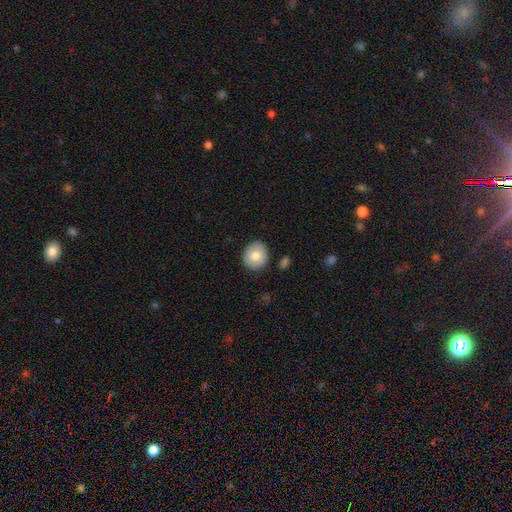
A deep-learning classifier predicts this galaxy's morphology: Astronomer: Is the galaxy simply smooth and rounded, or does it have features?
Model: smooth — 77%.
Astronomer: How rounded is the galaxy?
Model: round — 79%.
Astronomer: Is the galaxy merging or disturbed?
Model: none — 87%.